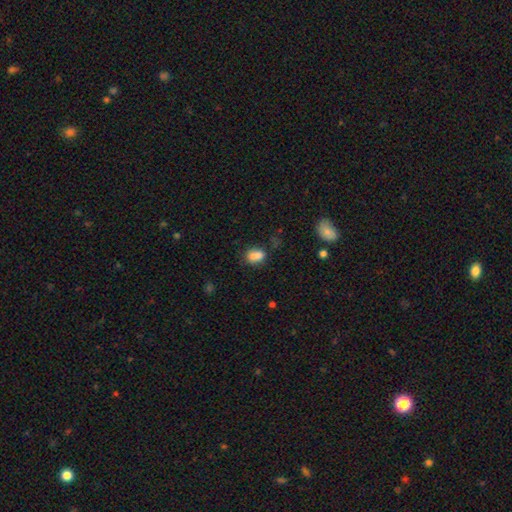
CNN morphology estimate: smooth 82%, star or artifact 11%, featured or disk 7%. Down the decision tree: how rounded — in between (73%); merging — none (56%).